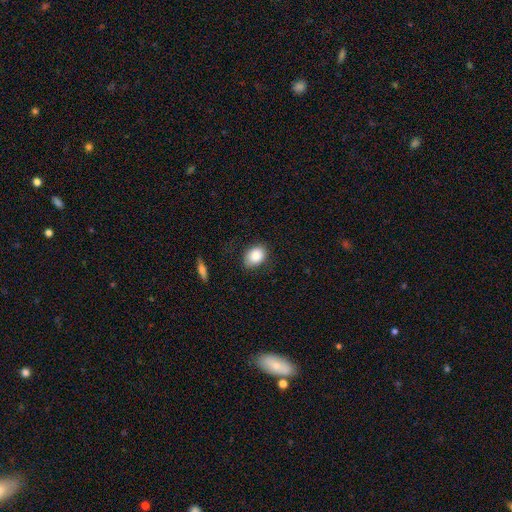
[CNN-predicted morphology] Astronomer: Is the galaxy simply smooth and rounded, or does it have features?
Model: smooth — 87%.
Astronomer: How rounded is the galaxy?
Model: in between — 73%.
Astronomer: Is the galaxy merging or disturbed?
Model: none — 78%.